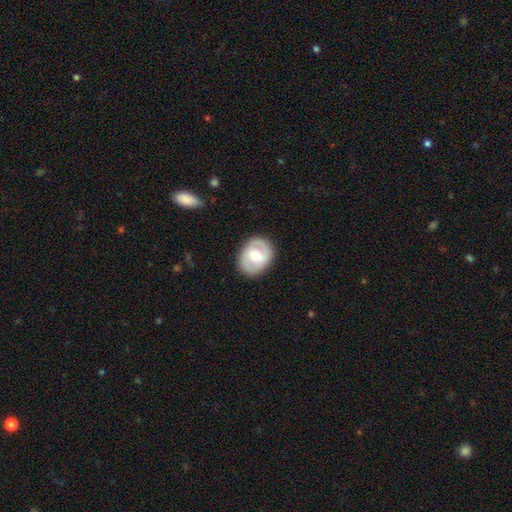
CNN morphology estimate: smooth_or_featured: featured or disk (p=0.56) [alt: smooth p=0.38]
disk_edge_on: no (p=0.95) [alt: yes p=0.05]
bar: weak (p=0.44) [alt: no p=0.34]
has_spiral_arms: yes (p=0.55) [alt: no p=0.45]
bulge_size: moderate (p=0.69) [alt: small p=0.18]
merging: none (p=0.85) [alt: minor disturbance p=0.10]